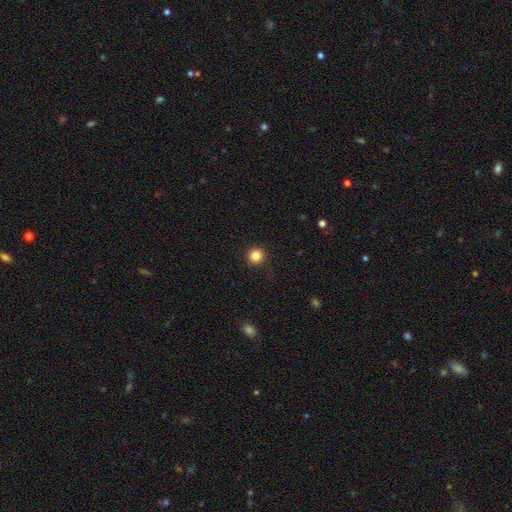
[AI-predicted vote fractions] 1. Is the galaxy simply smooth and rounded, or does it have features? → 84% smooth, 11% star or artifact, 4% featured or disk.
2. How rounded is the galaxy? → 95% round, 4% in between, 1% cigar-shaped.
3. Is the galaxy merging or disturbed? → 91% none, 6% minor disturbance, 2% major disturbance, 1% merger.